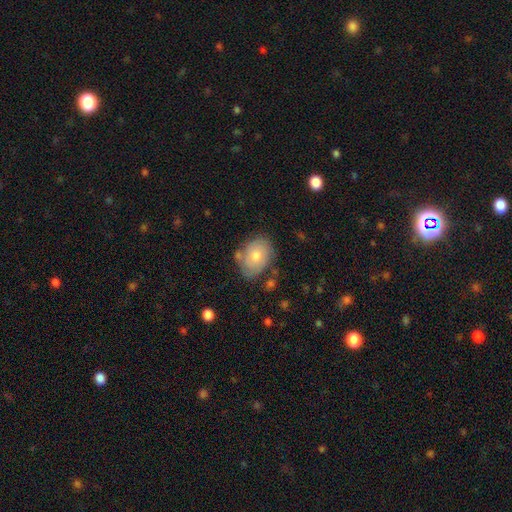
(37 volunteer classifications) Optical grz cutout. It shows a featured or disk galaxy (54%) with no bar (80%), tight (63%) spiral arms (95%) and a moderate central bulge (75%). Merging: none (63%).